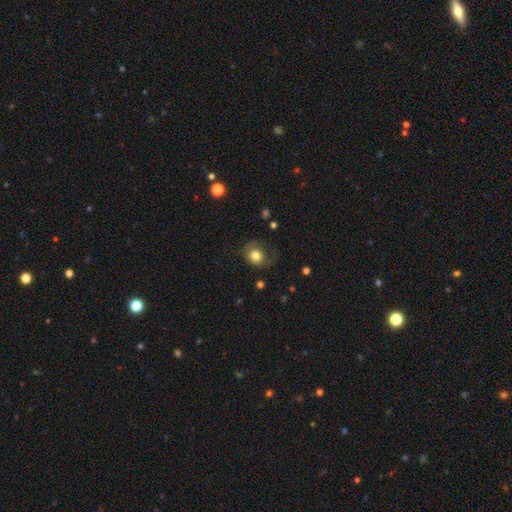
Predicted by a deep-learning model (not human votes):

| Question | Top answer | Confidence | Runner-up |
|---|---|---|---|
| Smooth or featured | smooth | 73% | featured or disk (17%) |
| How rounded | round | 73% | in between (26%) |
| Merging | none | 55% | minor disturbance (23%) |